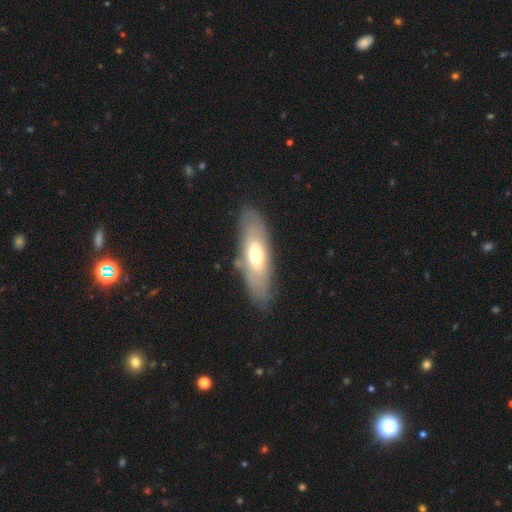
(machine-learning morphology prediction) This appears to be a smooth galaxy with no disk features (51%) that is in between round and cigar-shaped (64%). Merging: none (77%).